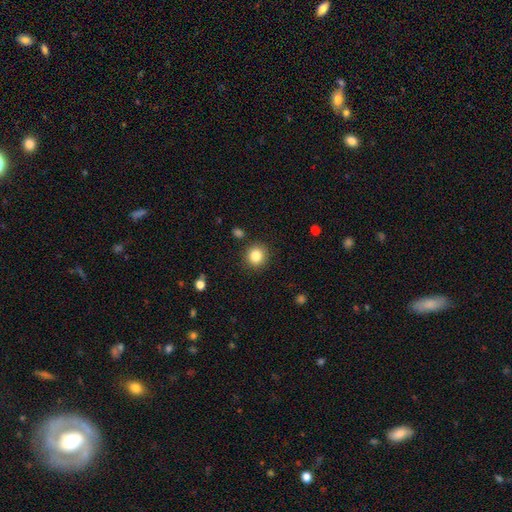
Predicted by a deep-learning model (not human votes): A smooth galaxy with no disk features (84%) that is round (91%). Merging: none (89%).